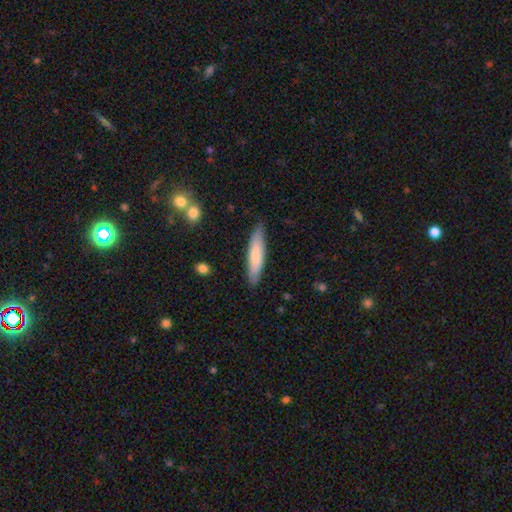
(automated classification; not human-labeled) smooth_or_featured: smooth (p=0.72) [alt: featured or disk p=0.23]
how_rounded: cigar-shaped (p=0.81) [alt: in between p=0.18]
merging: none (p=0.85) [alt: minor disturbance p=0.12]